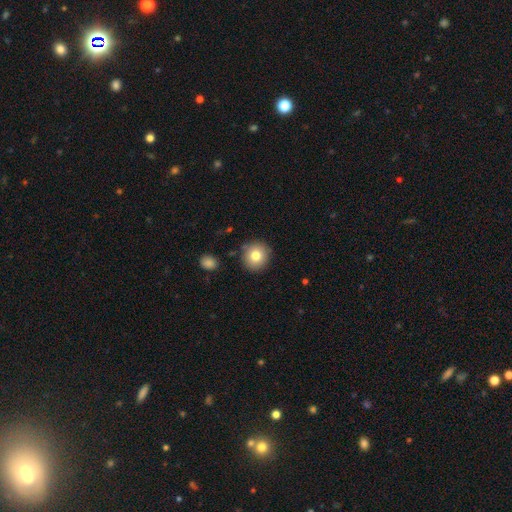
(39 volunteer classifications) A smooth galaxy with no disk features (79%) that is round (97%).

Vote fractions:
- Smooth or featured? smooth: 79% / featured or disk: 10% / star or artifact: 10%
- How rounded? round: 97% / in between: 3% / cigar-shaped: 0%
- Merging? none: 77% / minor disturbance: 17% / major disturbance: 3% / merger: 3%